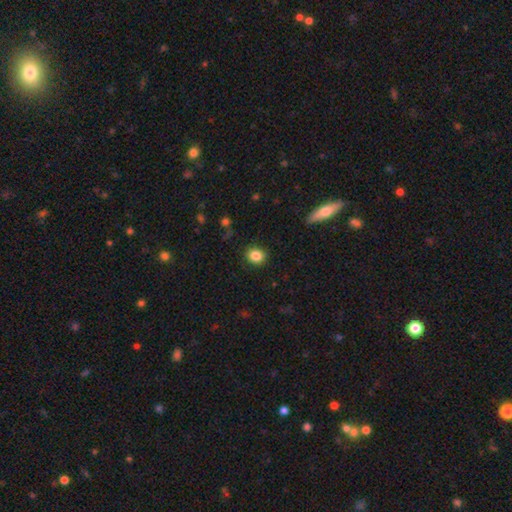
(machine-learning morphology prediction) This appears to be a smooth galaxy with no disk features (85%) that is round (65%). Merging: none (88%).